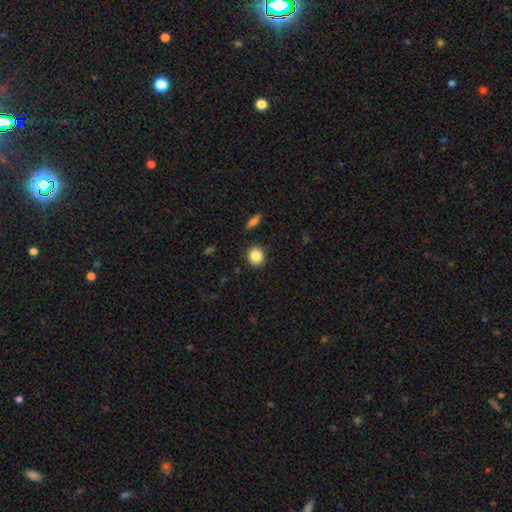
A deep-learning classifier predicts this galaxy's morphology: Q: Smooth or featured?
A: smooth (86%); runner-up: star or artifact (9%)
Q: How rounded?
A: round (79%); runner-up: in between (20%)
Q: Merging?
A: none (89%); runner-up: minor disturbance (7%)